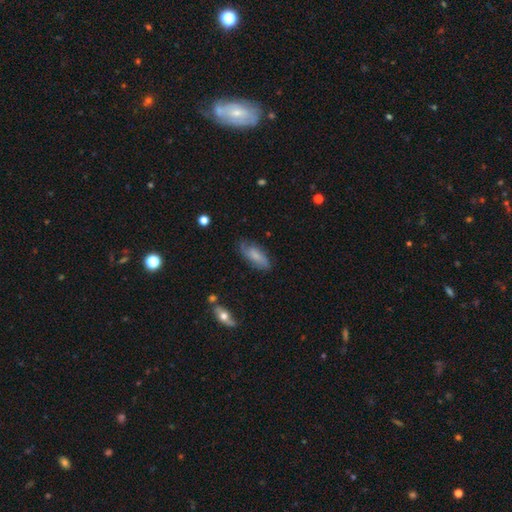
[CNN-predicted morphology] The model was most divided on "smooth or featured": smooth: 55%, featured or disk: 37%, star or artifact: 8%. More confident: how rounded — in between (77%); merging — none (70%).